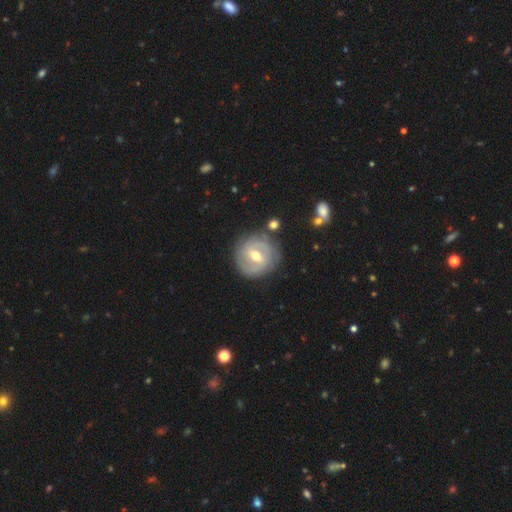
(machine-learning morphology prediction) Smooth or featured: featured or disk — 72% (smooth — 22%)
Edge-on disk: no — 97% (yes — 3%)
Bar: weak — 54% (strong — 27%)
Spiral arms: yes — 77% (no — 23%)
Spiral winding: tight — 55% (medium — 32%)
Spiral arm count: 2 — 64% (can't tell — 21%)
Bulge size: moderate — 73% (small — 21%)
Merging: none — 80% (minor disturbance — 13%)